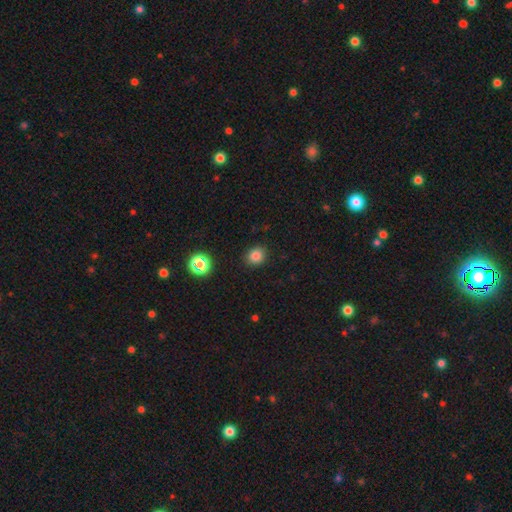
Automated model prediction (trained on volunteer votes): The model was most divided on "how rounded": round: 72%, in between: 28%, cigar-shaped: 1%. More confident: merging — none (89%); smooth or featured — smooth (82%).